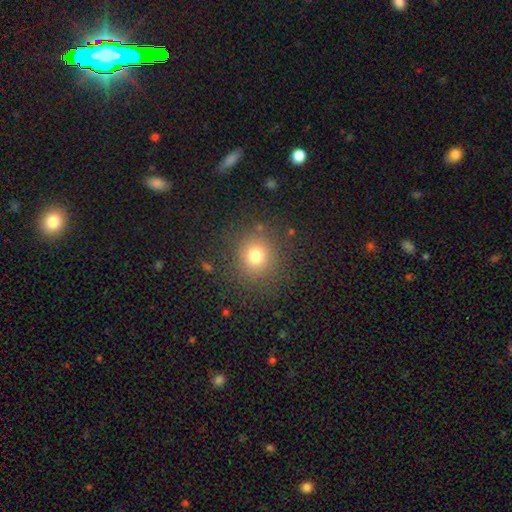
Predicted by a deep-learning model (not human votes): This appears to be a smooth galaxy with no disk features (76%) that is round (87%). Merging: none (84%).